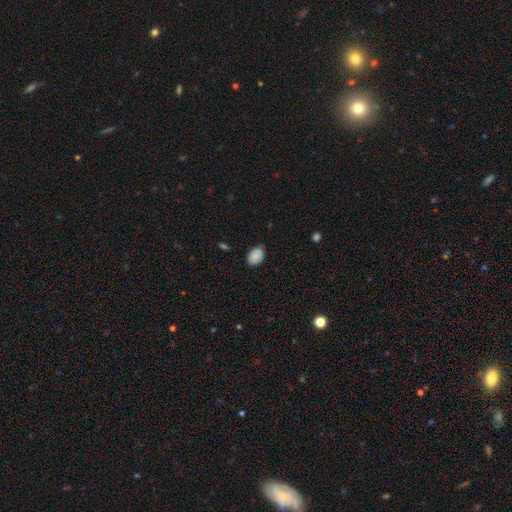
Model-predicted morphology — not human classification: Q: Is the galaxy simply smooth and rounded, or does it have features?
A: smooth — 83%.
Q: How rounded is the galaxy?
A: in between — 69%.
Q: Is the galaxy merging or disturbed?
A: none — 77%.